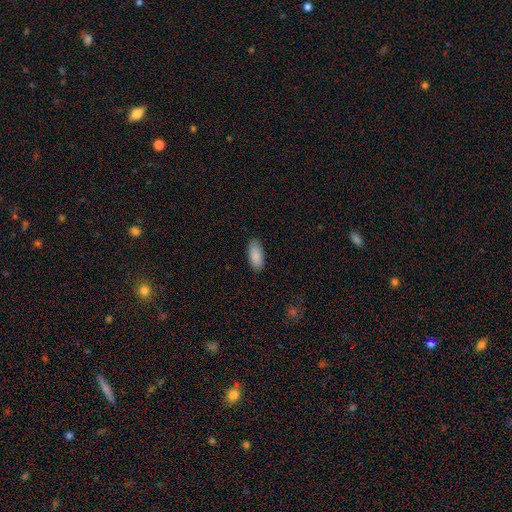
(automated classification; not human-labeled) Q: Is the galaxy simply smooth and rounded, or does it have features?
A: smooth — 89%.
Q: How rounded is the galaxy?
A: in between — 87%.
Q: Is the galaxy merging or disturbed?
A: none — 88%.